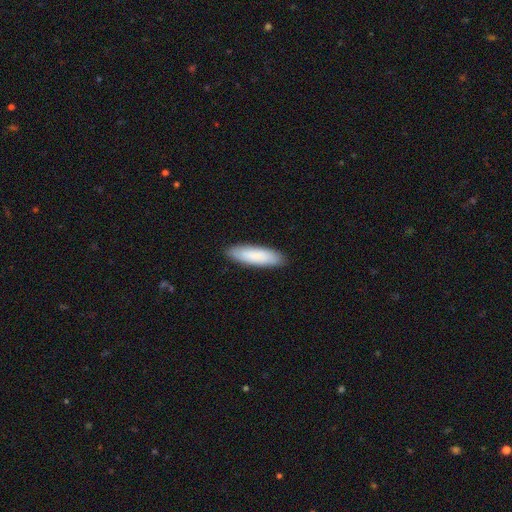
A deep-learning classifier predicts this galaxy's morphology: Smooth or featured? smooth (85%)
How rounded? cigar-shaped (57%)
Merging? none (89%)